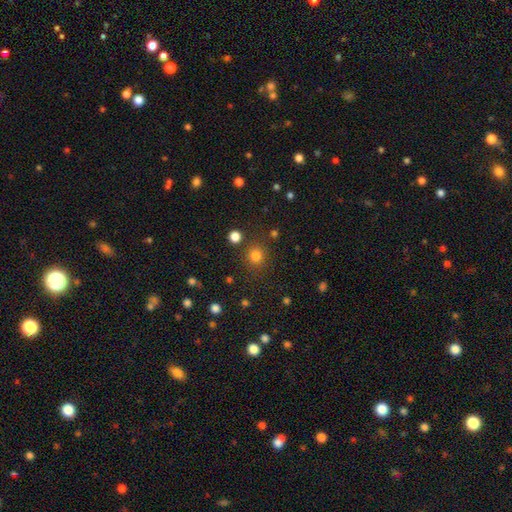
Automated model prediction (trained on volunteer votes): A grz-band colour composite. It shows a smooth galaxy with no disk features (81%) that is round (89%). Merging: none (83%).